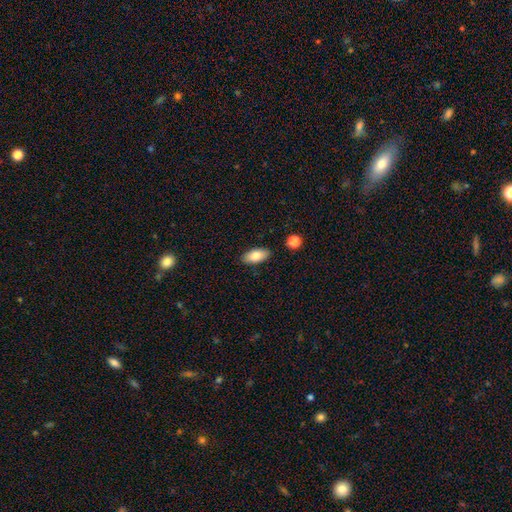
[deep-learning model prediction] Q: Smooth or featured?
A: smooth (80%); runner-up: featured or disk (13%)
Q: How rounded?
A: in between (91%); runner-up: cigar-shaped (6%)
Q: Merging?
A: none (88%); runner-up: minor disturbance (9%)